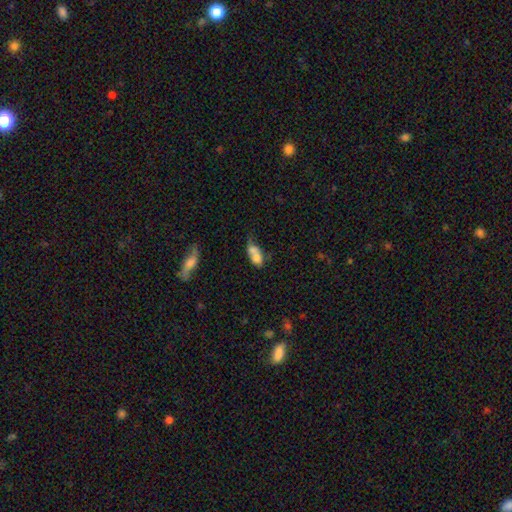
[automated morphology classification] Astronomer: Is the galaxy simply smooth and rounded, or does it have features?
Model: smooth — 67%.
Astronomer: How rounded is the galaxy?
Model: in between — 75%.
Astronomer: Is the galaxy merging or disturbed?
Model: merger — 54%.